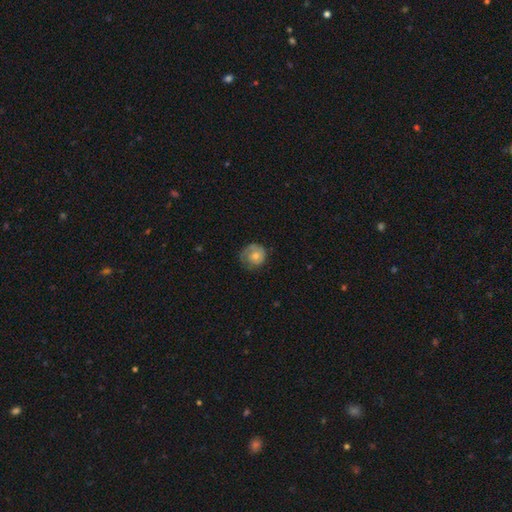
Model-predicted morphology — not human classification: Overall: smooth (52%; featured or disk 41%). How rounded: round (82%). Merging: none (60%; minor disturbance 24%).